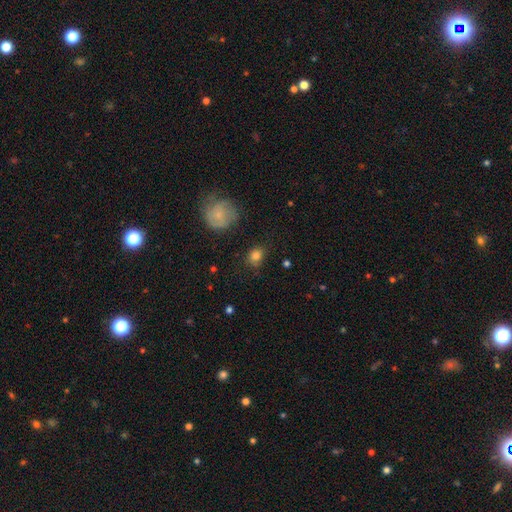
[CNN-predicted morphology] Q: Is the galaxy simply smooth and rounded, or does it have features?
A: smooth — 80%.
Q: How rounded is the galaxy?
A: round — 59%.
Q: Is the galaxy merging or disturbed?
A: none — 72%.